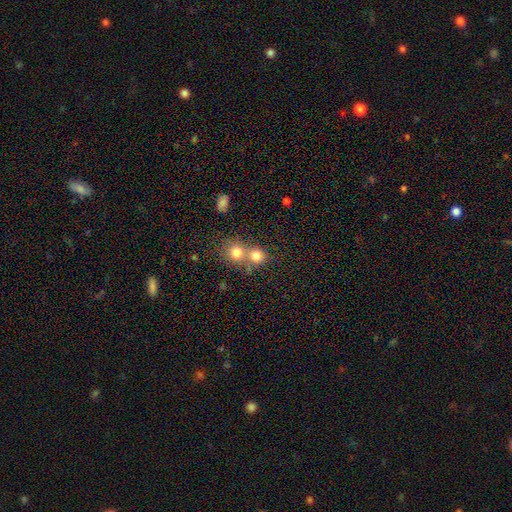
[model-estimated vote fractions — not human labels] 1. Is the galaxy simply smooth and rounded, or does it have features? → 80% smooth, 12% star or artifact, 9% featured or disk.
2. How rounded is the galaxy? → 85% round, 14% in between, 1% cigar-shaped.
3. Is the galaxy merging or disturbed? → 50% merger, 41% none, 6% minor disturbance, 3% major disturbance.